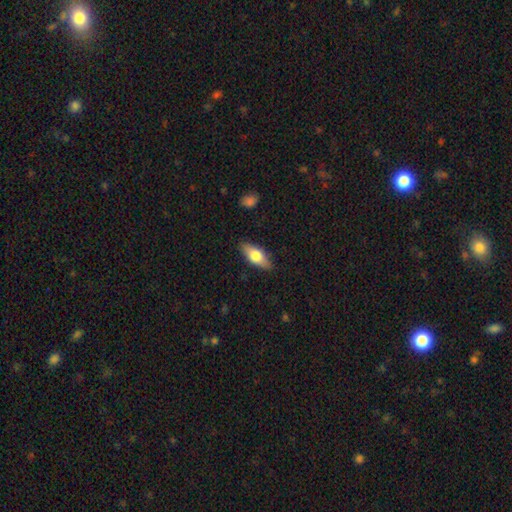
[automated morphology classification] The model was most divided on "smooth or featured": smooth: 67%, featured or disk: 26%, star or artifact: 6%. More confident: merging — none (86%); how rounded — in between (78%).